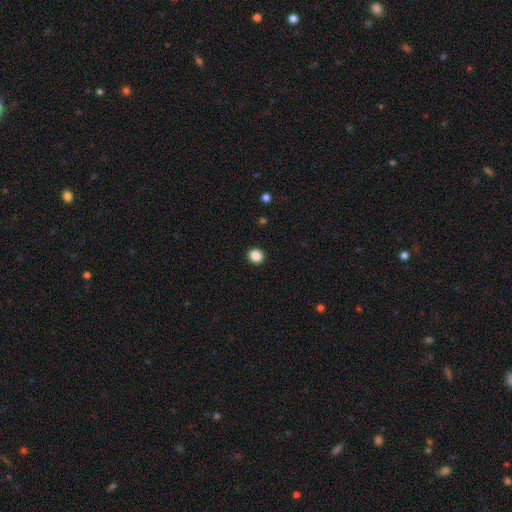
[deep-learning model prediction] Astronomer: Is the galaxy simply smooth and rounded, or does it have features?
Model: smooth — 87%.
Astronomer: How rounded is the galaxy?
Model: round — 79%.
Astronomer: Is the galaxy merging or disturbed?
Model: none — 92%.